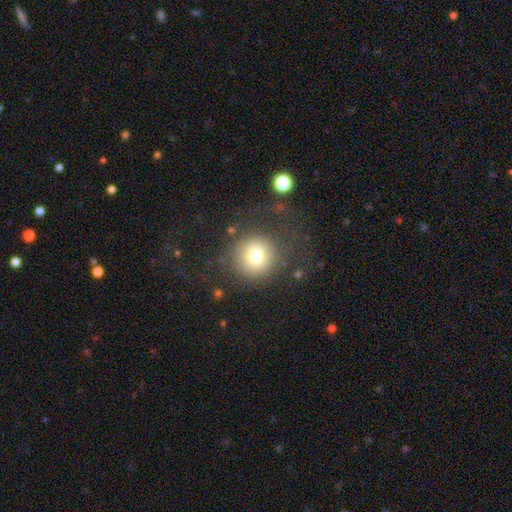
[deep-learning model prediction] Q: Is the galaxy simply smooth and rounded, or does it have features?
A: smooth — 76%.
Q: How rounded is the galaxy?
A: round — 93%.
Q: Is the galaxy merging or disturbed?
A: none — 75%.